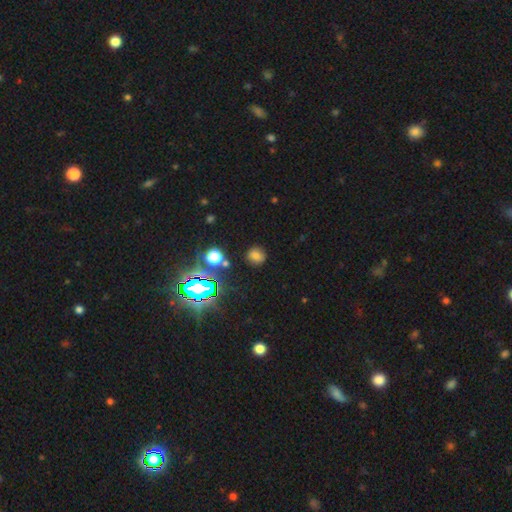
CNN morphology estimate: This is likely a smooth galaxy (66%). How rounded: likely round (77%). Merging: clearly none (84%).